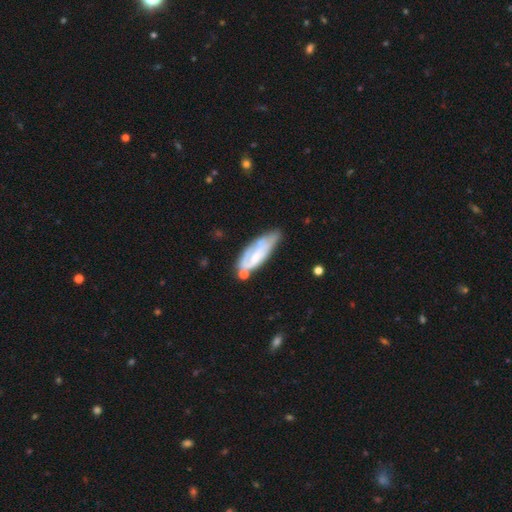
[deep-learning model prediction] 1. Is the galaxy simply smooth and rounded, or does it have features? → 53% featured or disk, 40% smooth, 7% star or artifact.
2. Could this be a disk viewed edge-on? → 84% no, 16% yes.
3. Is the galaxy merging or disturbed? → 41% none, 33% minor disturbance, 16% major disturbance, 11% merger.